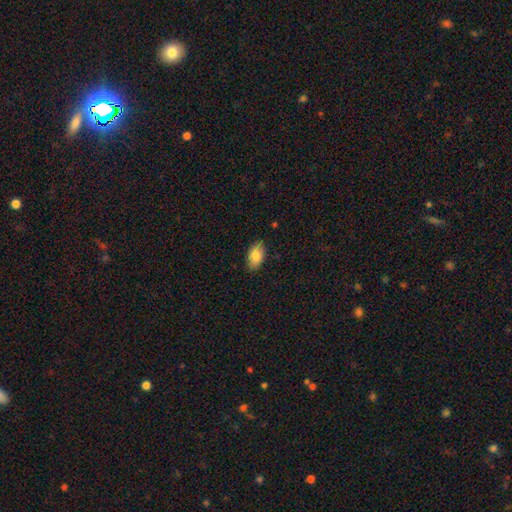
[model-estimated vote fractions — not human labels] Smooth or featured?
  - smooth: 84% *
  - featured or disk: 9%
  - star or artifact: 7%
How rounded?
  - in between: 94% *
  - round: 4%
  - cigar-shaped: 2%
Merging?
  - none: 85% *
  - minor disturbance: 12%
  - major disturbance: 2%
  - merger: 1%